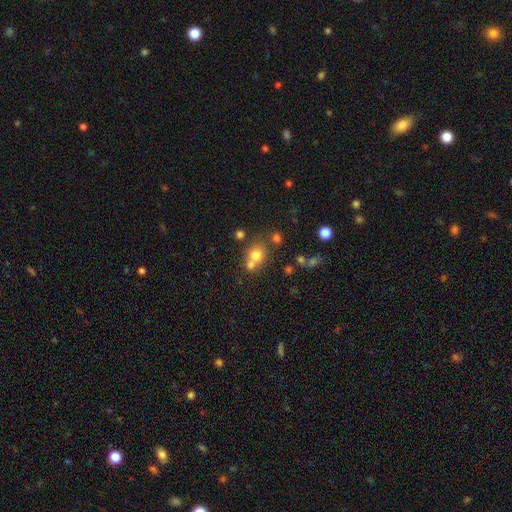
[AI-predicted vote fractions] smooth 71%, star or artifact 15%, featured or disk 14%. Down the decision tree: how rounded — round (77%); merging — none (44%).